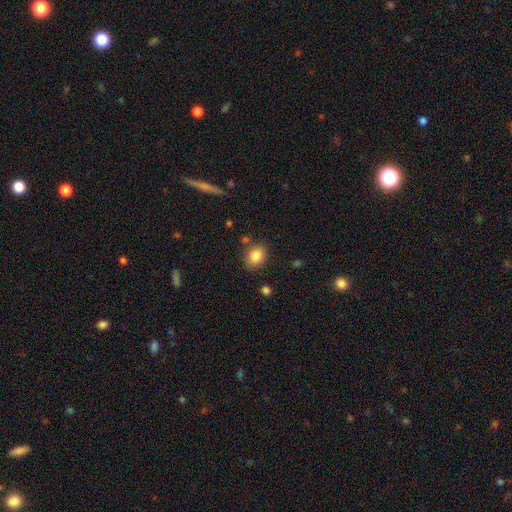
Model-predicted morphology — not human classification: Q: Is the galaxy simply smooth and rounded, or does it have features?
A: smooth — 85%.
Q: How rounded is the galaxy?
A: in between — 58%.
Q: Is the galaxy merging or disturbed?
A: none — 78%.